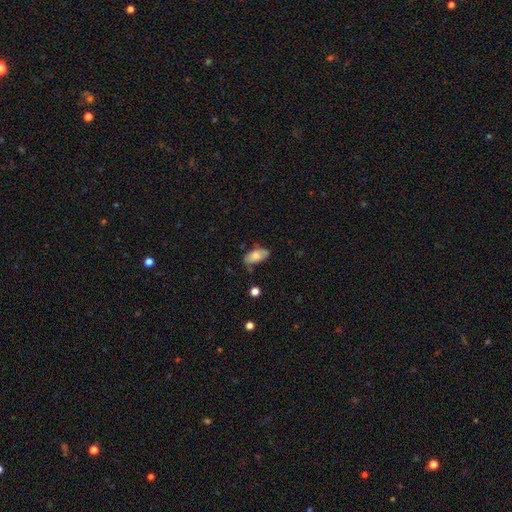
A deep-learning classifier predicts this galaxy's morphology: A smooth galaxy with no disk features (75%) that is in between round and cigar-shaped (91%).

Vote fractions:
- Smooth or featured? smooth: 75% / featured or disk: 18% / star or artifact: 7%
- How rounded? in between: 91% / cigar-shaped: 6% / round: 3%
- Merging? none: 62% / minor disturbance: 28% / major disturbance: 6% / merger: 4%